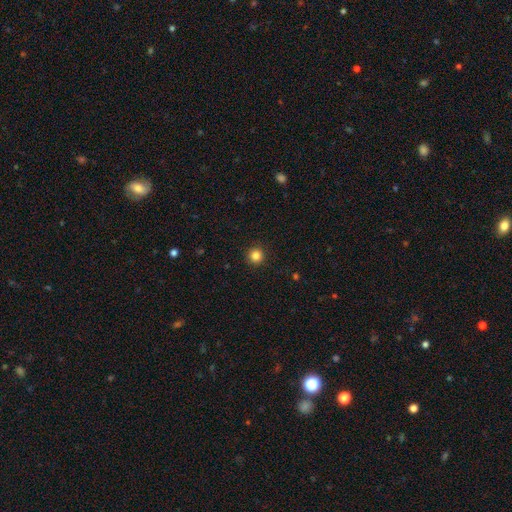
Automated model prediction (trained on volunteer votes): Smooth or featured: smooth — 84% (star or artifact — 12%)
How rounded: round — 96% (in between — 4%)
Merging: none — 92% (minor disturbance — 5%)